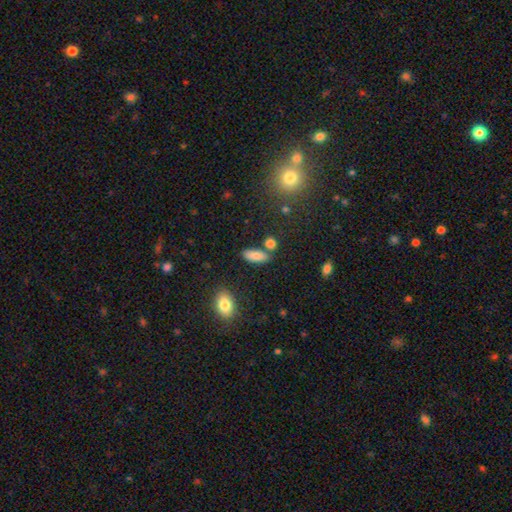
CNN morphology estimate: Q: Smooth or featured?
A: smooth (81%); runner-up: featured or disk (10%)
Q: How rounded?
A: in between (79%); runner-up: cigar-shaped (17%)
Q: Merging?
A: none (73%); runner-up: minor disturbance (13%)